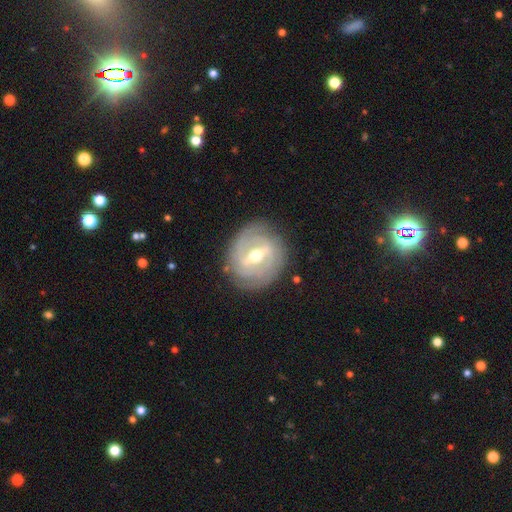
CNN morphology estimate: Smooth or featured: featured or disk — 86% (smooth — 9%)
Edge-on disk: no — 95% (yes — 5%)
Bar: strong — 59% (weak — 33%)
Spiral arms: yes — 88% (no — 12%)
Spiral winding: tight — 71% (medium — 23%)
Spiral arm count: 2 — 45% (can't tell — 27%)
Bulge size: moderate — 73% (small — 20%)
Merging: none — 82% (minor disturbance — 13%)